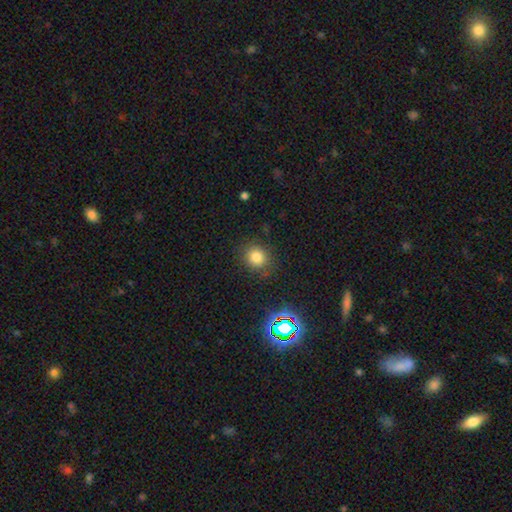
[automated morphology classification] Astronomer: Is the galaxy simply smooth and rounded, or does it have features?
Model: smooth — 78%.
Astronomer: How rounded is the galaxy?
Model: round — 83%.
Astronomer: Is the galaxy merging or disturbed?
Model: none — 84%.